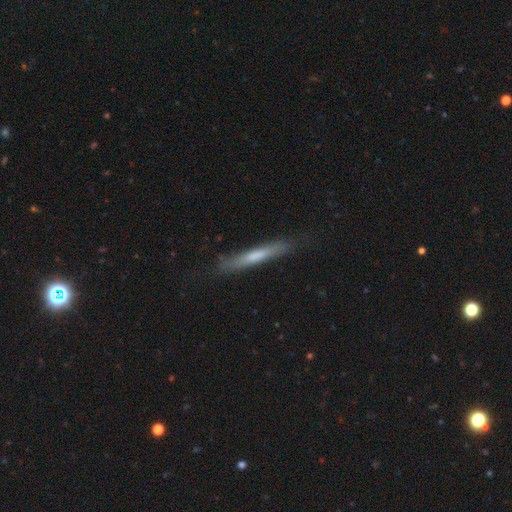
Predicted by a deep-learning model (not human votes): This is possibly a smooth galaxy (58%). How rounded: clearly cigar-shaped (95%). Merging: clearly none (81%).